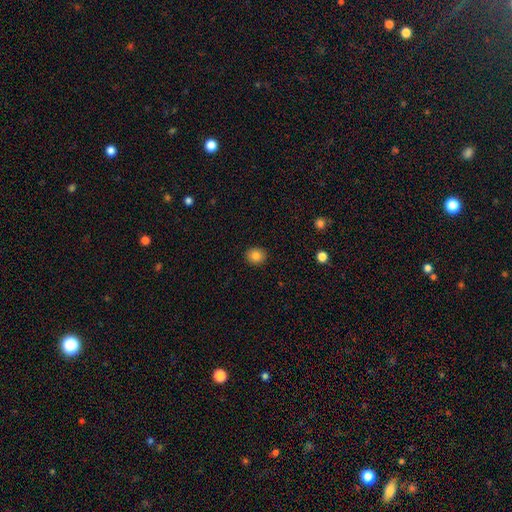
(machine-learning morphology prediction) Overall: smooth (84%). How rounded: round (73%). Merging: none (92%).